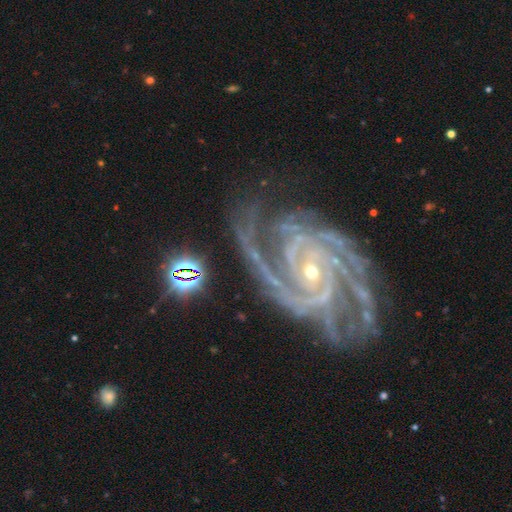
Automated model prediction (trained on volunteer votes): The model was most divided on "spiral arm count": 3: 29%, 2: 24%, 4: 17%, can't tell: 12%, more than 4: 10%, 1: 8%. More confident: spiral arms — yes (99%); edge-on disk — no (98%); smooth or featured — featured or disk (92%); bulge size — small (79%); merging — none (70%); spiral winding — tight (58%); bar — no (53%).